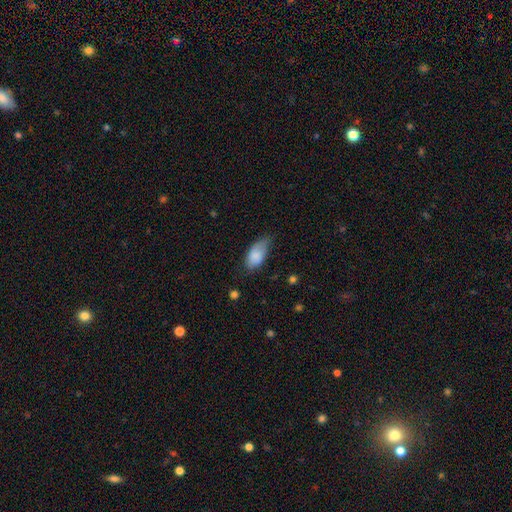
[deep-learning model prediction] Morphology: type=smooth (84%); roundness=in between (92%); merging=none (48%).